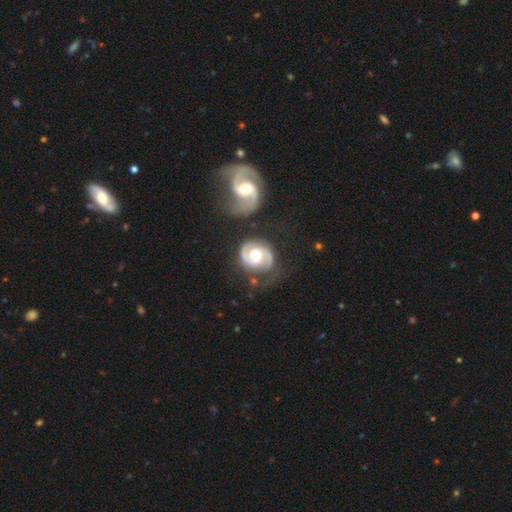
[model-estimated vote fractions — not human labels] Overall: featured or disk (85%). Edge-on disk: no (98%). Bar: no (57%; weak 30%). Spiral arms: yes (93%). Spiral arm count: 2 (91%). Spiral winding: medium (50%; tight 34%). Bulge size: moderate (66%; large 27%). Merging: none (67%).